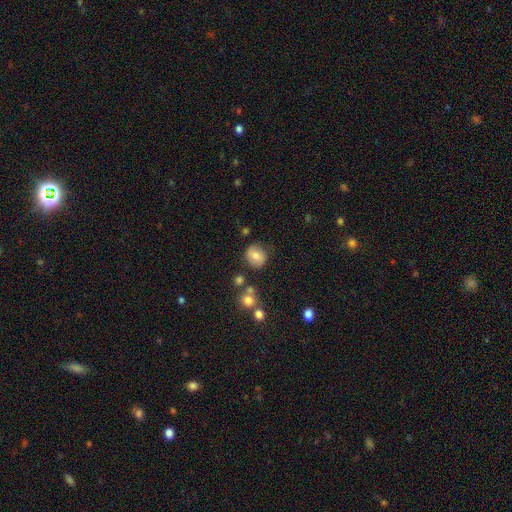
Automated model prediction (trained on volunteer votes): Smooth or featured? Predicted: smooth (p=0.72). How rounded? Predicted: round (p=0.80). Merging? Predicted: none (p=0.79).